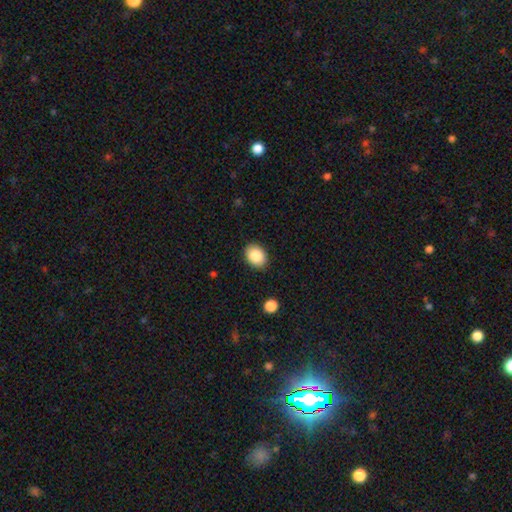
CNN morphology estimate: A smooth galaxy with no disk features (86%) that is in between round and cigar-shaped (68%).

Vote fractions:
- Smooth or featured? smooth: 86% / star or artifact: 8% / featured or disk: 6%
- How rounded? in between: 68% / round: 32% / cigar-shaped: 1%
- Merging? none: 89% / minor disturbance: 8% / major disturbance: 2% / merger: 1%